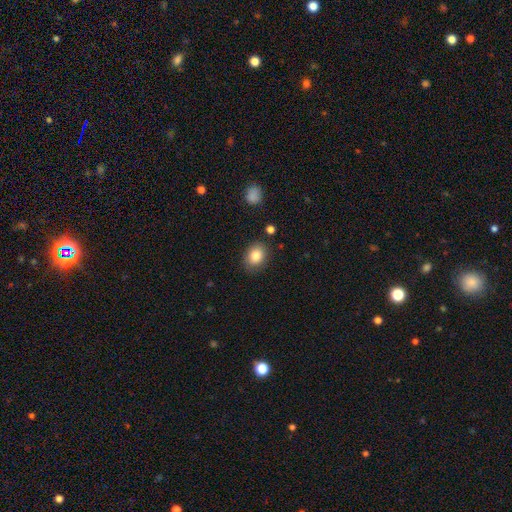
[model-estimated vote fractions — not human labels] Smooth or featured? smooth (83%)
How rounded? in between (57%)
Merging? none (84%)